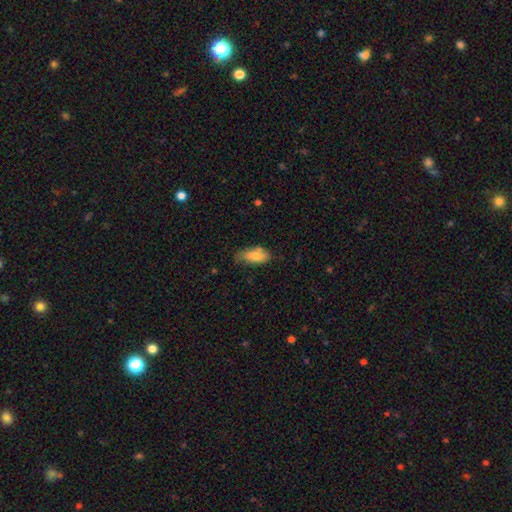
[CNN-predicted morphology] Overall: smooth (78%). How rounded: in between (83%). Merging: none (62%; minor disturbance 27%).